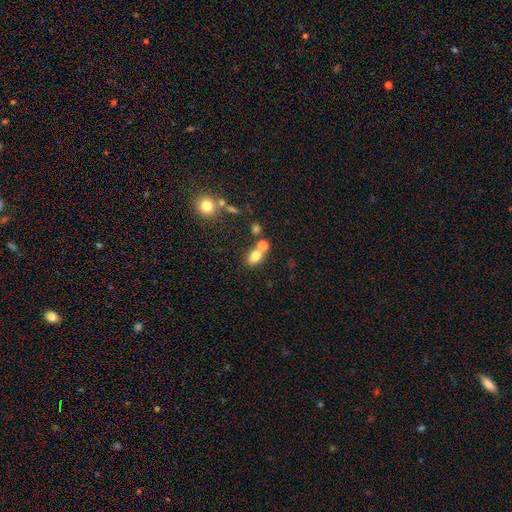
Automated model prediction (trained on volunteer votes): smooth-or-featured: smooth: 77% | star or artifact: 12% | featured or disk: 10%
  how-rounded: in between: 76% | round: 22% | cigar-shaped: 2%
  merging: none: 49% | merger: 36% | minor disturbance: 11% | major disturbance: 5%